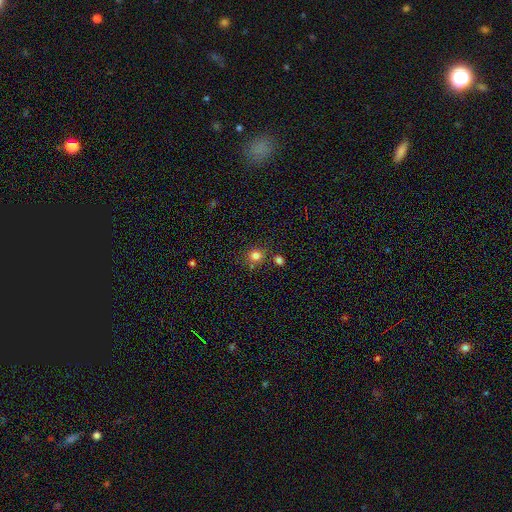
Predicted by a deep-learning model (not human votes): A smooth galaxy with no disk features (80%) that is round (83%). Merging: none (76%).